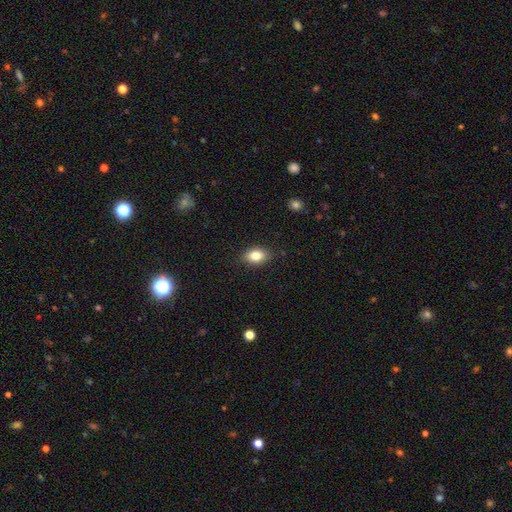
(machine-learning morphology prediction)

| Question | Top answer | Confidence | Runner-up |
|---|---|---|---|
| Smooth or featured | smooth | 81% | featured or disk (10%) |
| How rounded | in between | 85% | round (13%) |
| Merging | none | 87% | minor disturbance (10%) |